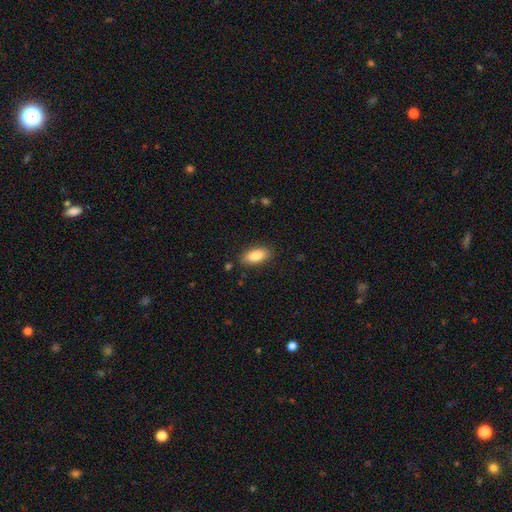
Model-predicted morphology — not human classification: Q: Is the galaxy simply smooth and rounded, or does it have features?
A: smooth — 86%.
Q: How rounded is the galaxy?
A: in between — 88%.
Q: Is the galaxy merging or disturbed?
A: none — 87%.